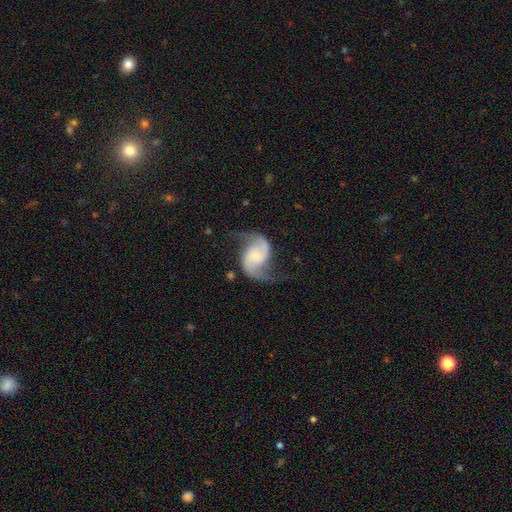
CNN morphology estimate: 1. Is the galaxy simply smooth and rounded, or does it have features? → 90% featured or disk, 5% smooth, 5% star or artifact.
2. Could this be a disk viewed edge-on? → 98% no, 2% yes.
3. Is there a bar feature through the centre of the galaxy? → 57% no, 32% weak, 11% strong.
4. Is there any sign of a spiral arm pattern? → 98% yes, 2% no.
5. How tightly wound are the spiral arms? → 64% loose, 30% medium, 6% tight.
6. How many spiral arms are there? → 94% 2, 1% 1, 1% can't tell, 1% 3, 1% 4, 1% more than 4.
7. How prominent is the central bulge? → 43% small, 26% none, 21% moderate, 8% large, 3% dominant.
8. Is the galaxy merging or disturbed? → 74% none, 15% minor disturbance, 10% major disturbance, 2% merger.